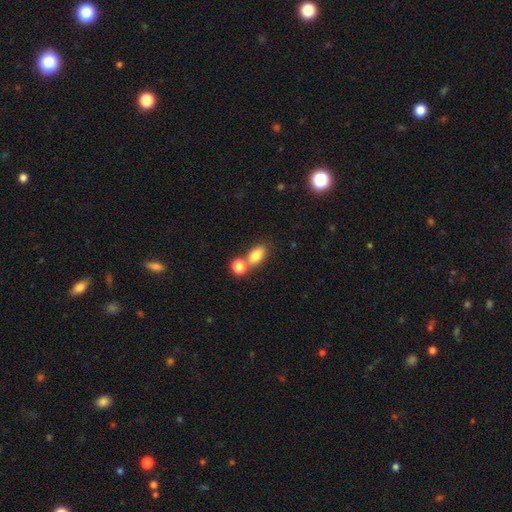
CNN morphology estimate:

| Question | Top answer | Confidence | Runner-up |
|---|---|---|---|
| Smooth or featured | smooth | 81% | star or artifact (10%) |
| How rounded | in between | 79% | round (18%) |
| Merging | none | 48% | merger (38%) |